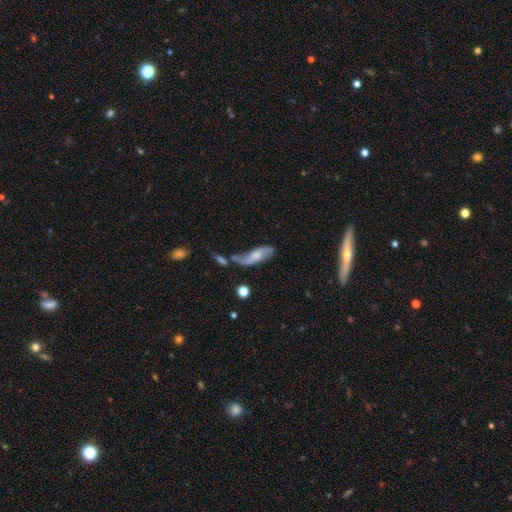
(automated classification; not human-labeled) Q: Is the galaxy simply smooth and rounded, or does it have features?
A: featured or disk — 53%.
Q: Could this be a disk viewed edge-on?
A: no — 83%.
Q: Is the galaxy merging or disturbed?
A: none — 40%.